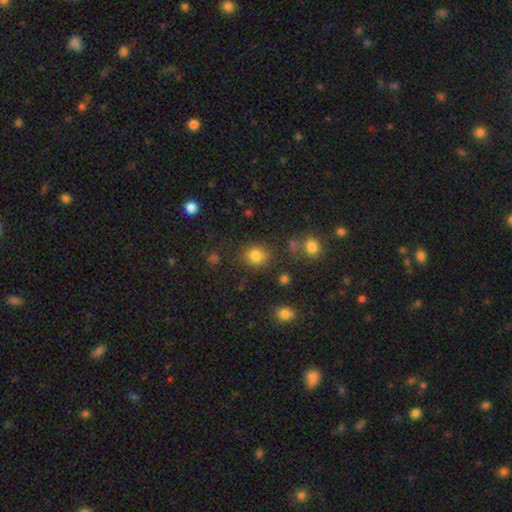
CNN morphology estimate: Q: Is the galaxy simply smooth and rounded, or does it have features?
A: smooth — 82%.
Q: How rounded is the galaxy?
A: round — 76%.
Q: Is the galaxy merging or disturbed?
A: none — 80%.